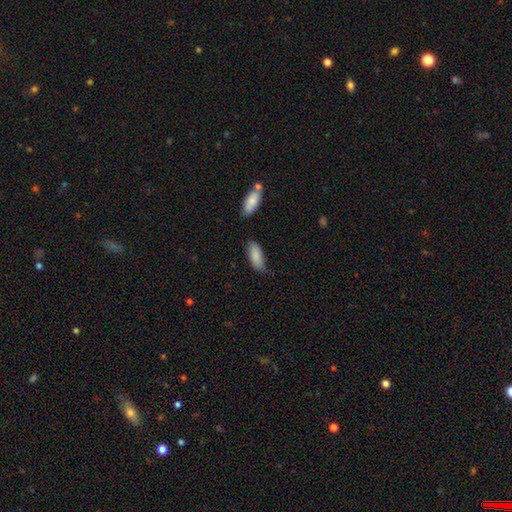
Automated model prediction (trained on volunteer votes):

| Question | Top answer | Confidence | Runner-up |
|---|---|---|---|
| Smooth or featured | smooth | 87% | featured or disk (7%) |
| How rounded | in between | 81% | cigar-shaped (17%) |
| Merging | none | 66% | minor disturbance (25%) |